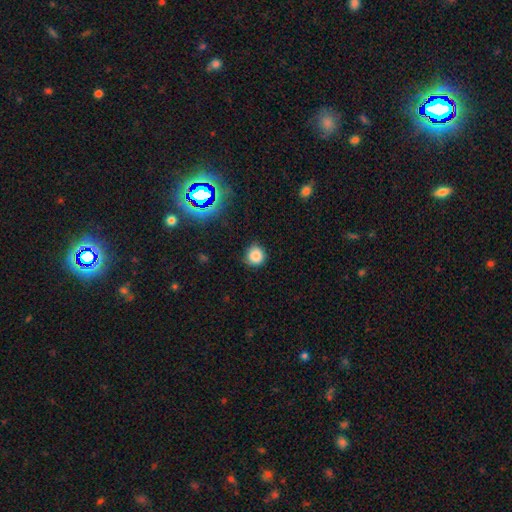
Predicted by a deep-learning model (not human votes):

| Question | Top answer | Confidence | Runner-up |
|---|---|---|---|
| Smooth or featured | smooth | 82% | star or artifact (13%) |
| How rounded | round | 91% | in between (8%) |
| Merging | none | 80% | minor disturbance (15%) |